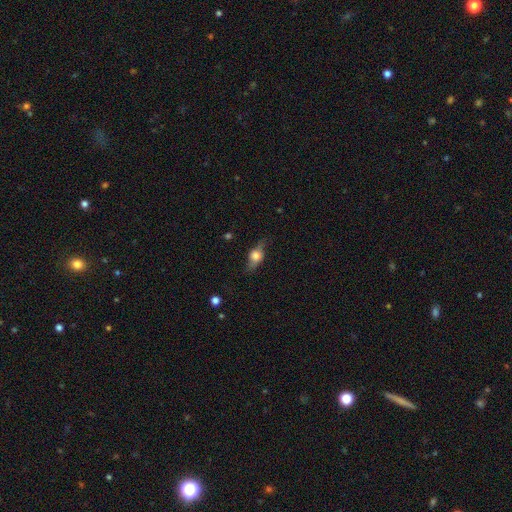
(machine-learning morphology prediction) smooth_or_featured: smooth (p=0.51) [alt: featured or disk p=0.41]
how_rounded: in between (p=0.67) [alt: round p=0.17]
merging: none (p=0.69) [alt: minor disturbance p=0.22]